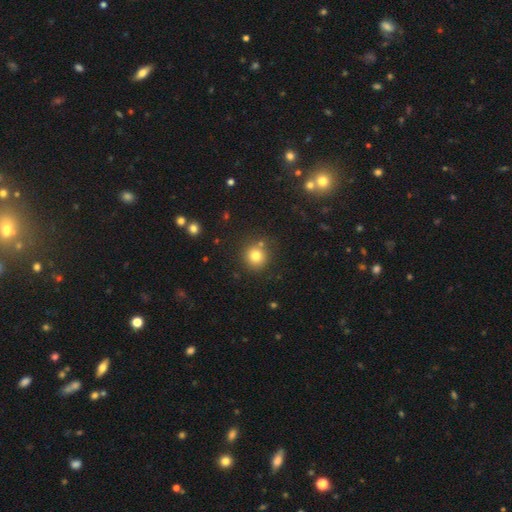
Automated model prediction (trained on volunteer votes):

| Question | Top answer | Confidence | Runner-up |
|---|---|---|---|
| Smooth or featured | smooth | 79% | star or artifact (13%) |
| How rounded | round | 91% | in between (8%) |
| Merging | none | 80% | minor disturbance (9%) |